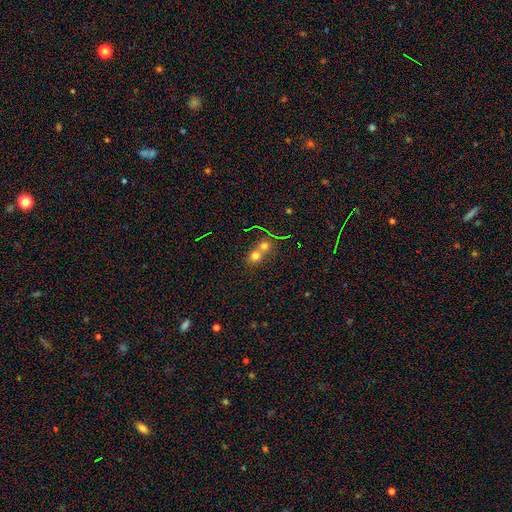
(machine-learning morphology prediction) Q: Smooth or featured?
A: smooth (71%); runner-up: star or artifact (16%)
Q: How rounded?
A: round (74%); runner-up: in between (25%)
Q: Merging?
A: merger (60%); runner-up: none (32%)